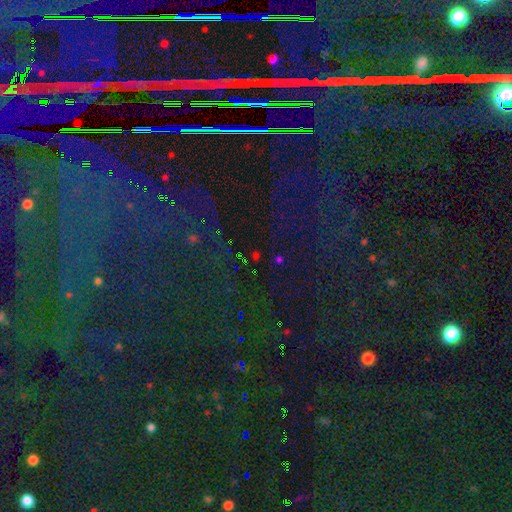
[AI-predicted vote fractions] smooth_or_featured: star or artifact (p=0.70) [alt: smooth p=0.23]